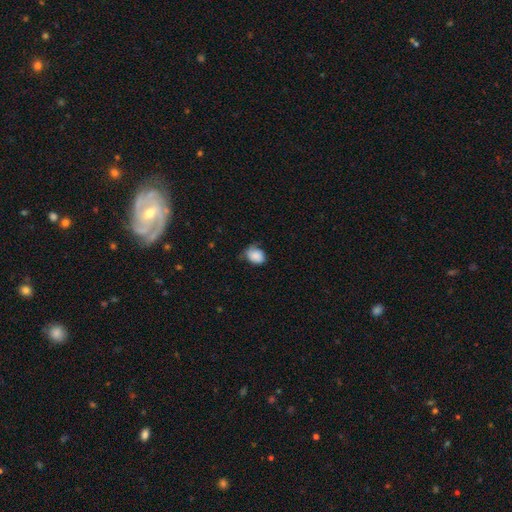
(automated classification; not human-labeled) Overall: smooth (86%). How rounded: in between (57%; round 42%). Merging: none (51%; minor disturbance 38%).